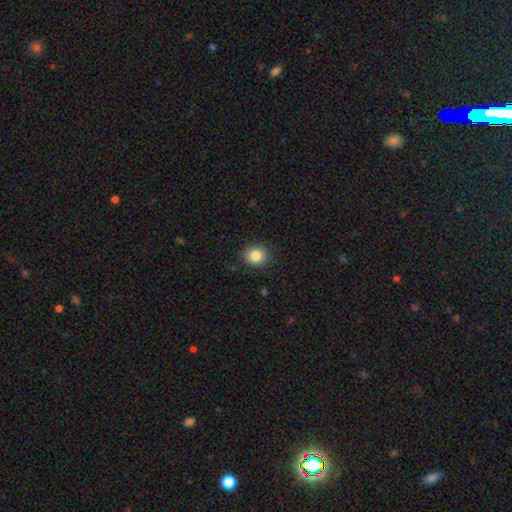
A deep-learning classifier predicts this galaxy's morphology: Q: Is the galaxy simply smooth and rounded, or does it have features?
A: smooth — 84%.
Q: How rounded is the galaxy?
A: round — 77%.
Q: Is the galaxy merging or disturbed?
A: none — 89%.